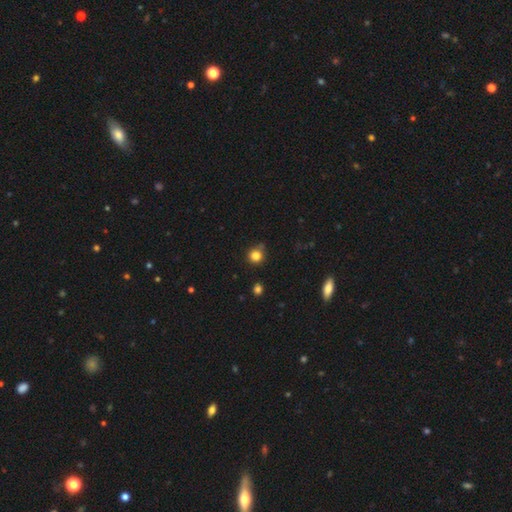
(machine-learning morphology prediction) Smooth or featured? smooth (83%)
How rounded? round (90%)
Merging? none (76%)